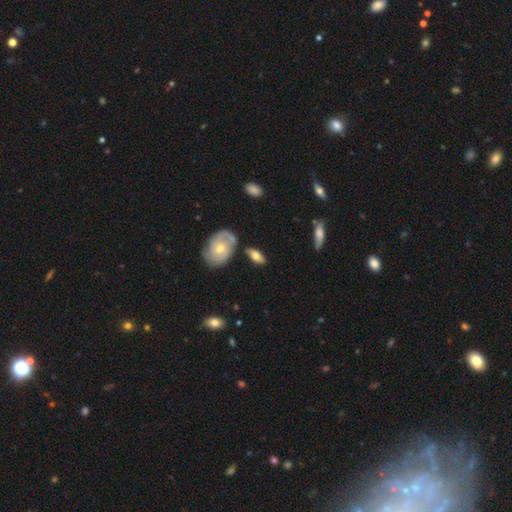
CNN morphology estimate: smooth-or-featured: smooth: 58% | featured or disk: 35% | star or artifact: 7%
  how-rounded: in between: 81% | cigar-shaped: 14% | round: 6%
  merging: none: 71% | minor disturbance: 16% | merger: 9% | major disturbance: 4%